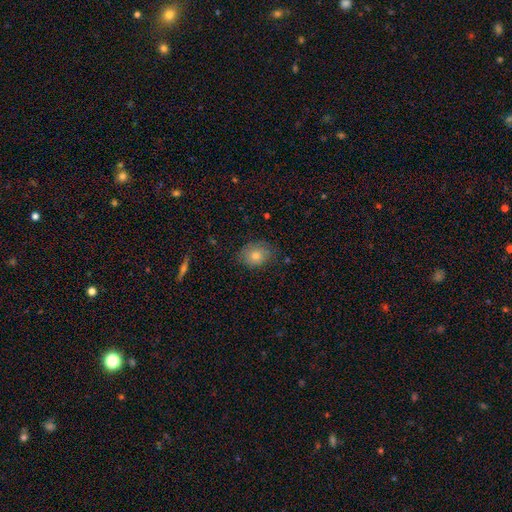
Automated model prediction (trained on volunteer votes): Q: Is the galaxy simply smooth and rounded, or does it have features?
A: smooth — 69%.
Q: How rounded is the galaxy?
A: in between — 52%.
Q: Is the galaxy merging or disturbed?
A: none — 77%.